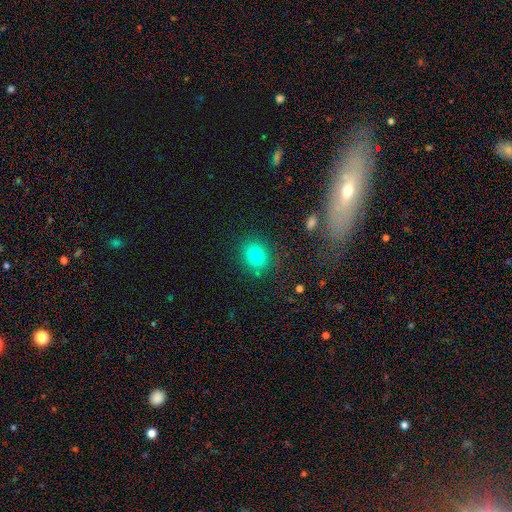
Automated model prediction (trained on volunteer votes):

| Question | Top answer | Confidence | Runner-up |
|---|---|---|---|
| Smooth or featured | smooth | 78% | star or artifact (13%) |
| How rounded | round | 68% | in between (31%) |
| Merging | none | 83% | minor disturbance (10%) |